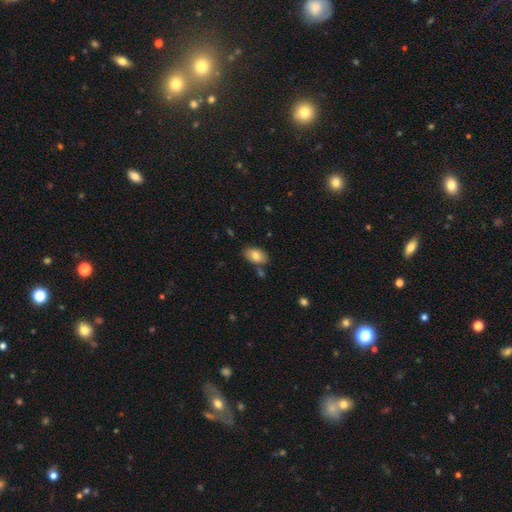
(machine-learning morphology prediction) Smooth or featured?
  - smooth: 82% *
  - featured or disk: 11%
  - star or artifact: 7%
How rounded?
  - in between: 92% *
  - round: 6%
  - cigar-shaped: 2%
Merging?
  - none: 75% *
  - minor disturbance: 15%
  - merger: 7%
  - major disturbance: 3%